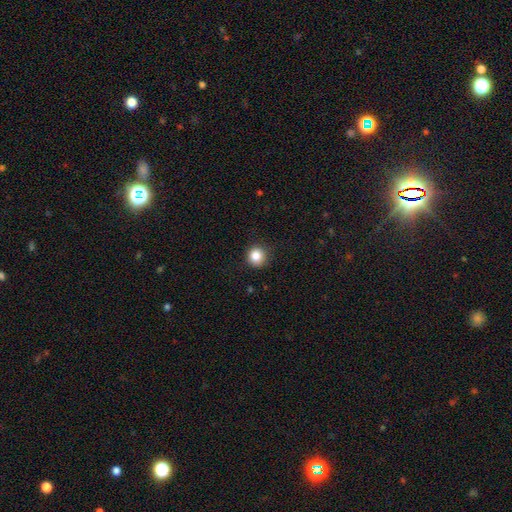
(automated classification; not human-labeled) Q: Smooth or featured?
A: smooth (84%); runner-up: star or artifact (11%)
Q: How rounded?
A: round (93%); runner-up: in between (6%)
Q: Merging?
A: none (91%); runner-up: minor disturbance (7%)